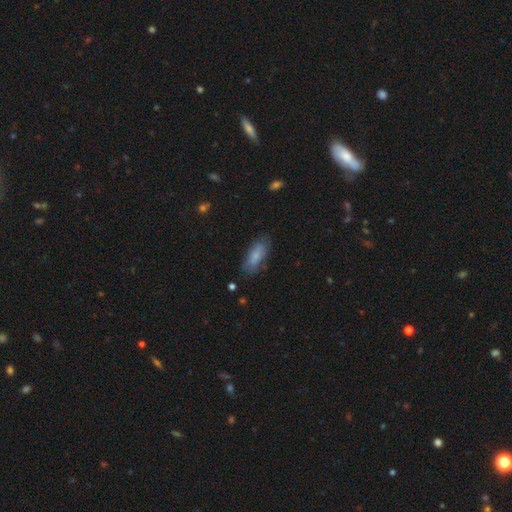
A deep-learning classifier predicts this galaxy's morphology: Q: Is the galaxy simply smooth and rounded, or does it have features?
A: smooth — 77%.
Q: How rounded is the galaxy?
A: in between — 78%.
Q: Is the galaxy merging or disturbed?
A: none — 73%.